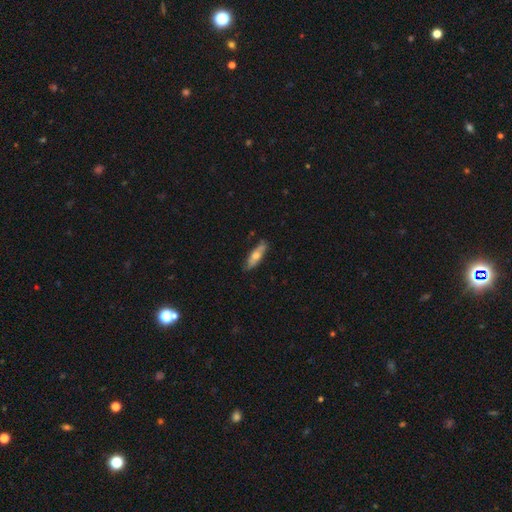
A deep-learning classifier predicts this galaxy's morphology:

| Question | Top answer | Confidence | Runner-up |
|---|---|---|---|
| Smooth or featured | smooth | 56% | featured or disk (38%) |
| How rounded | cigar-shaped | 52% | in between (45%) |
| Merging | none | 79% | minor disturbance (16%) |